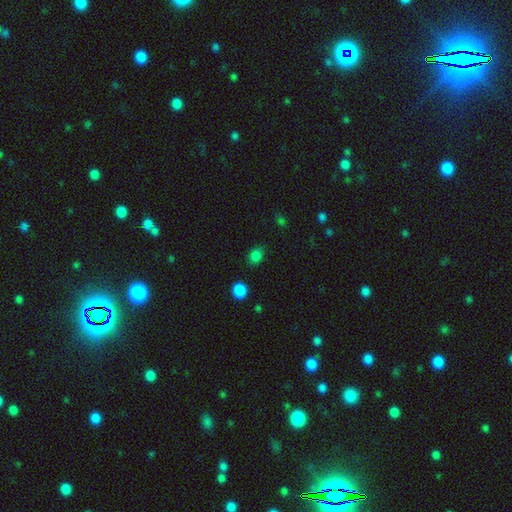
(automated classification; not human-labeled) This appears to be a smooth galaxy with no disk features (83%) that is round (52%). Merging: none (83%).